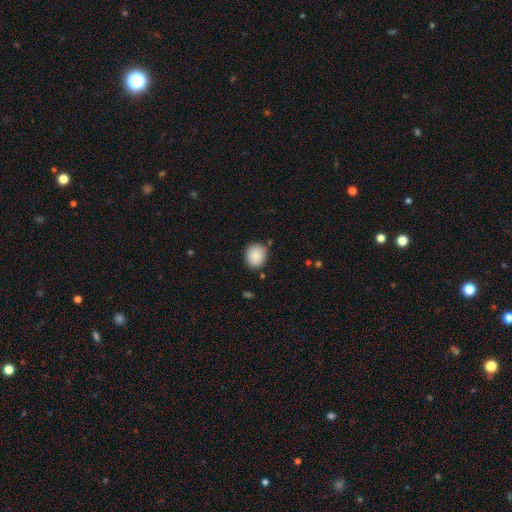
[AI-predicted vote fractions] The model was most divided on "how rounded": round: 74%, in between: 25%, cigar-shaped: 1%. More confident: smooth or featured — smooth (89%); merging — none (84%).